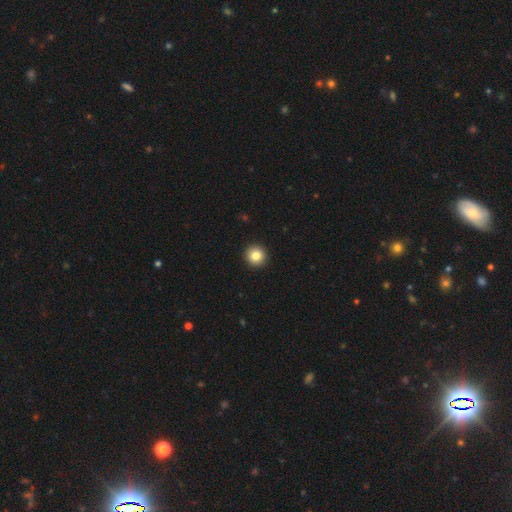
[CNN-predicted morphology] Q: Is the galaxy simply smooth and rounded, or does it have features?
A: smooth — 84%.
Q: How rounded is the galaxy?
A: round — 95%.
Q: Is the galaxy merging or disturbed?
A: none — 94%.